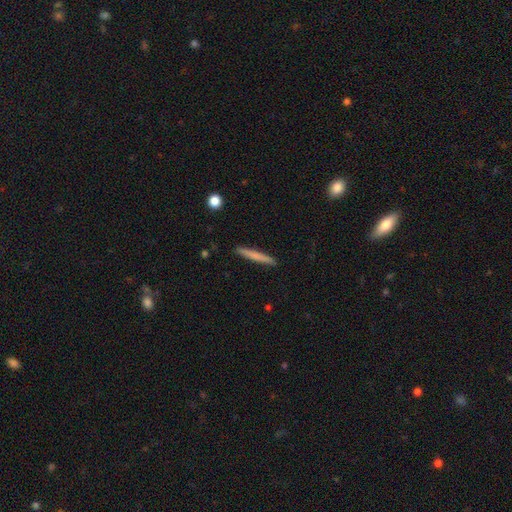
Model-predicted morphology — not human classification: This appears to be a smooth galaxy with no disk features (68%) that is cigar-shaped (96%). Merging: none (91%).